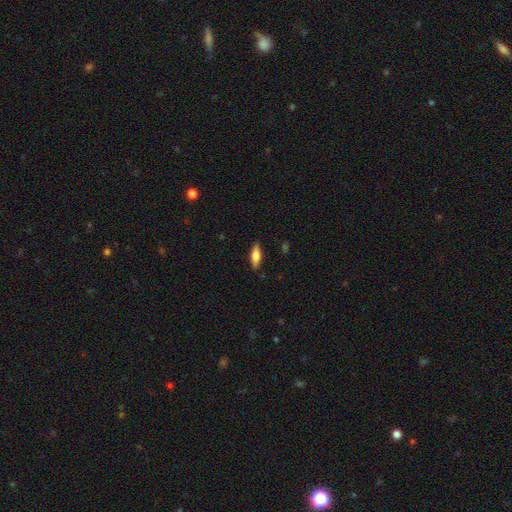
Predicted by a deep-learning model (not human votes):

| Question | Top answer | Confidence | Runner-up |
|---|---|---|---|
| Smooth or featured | smooth | 62% | featured or disk (32%) |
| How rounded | in between | 55% | cigar-shaped (42%) |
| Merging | none | 87% | minor disturbance (10%) |